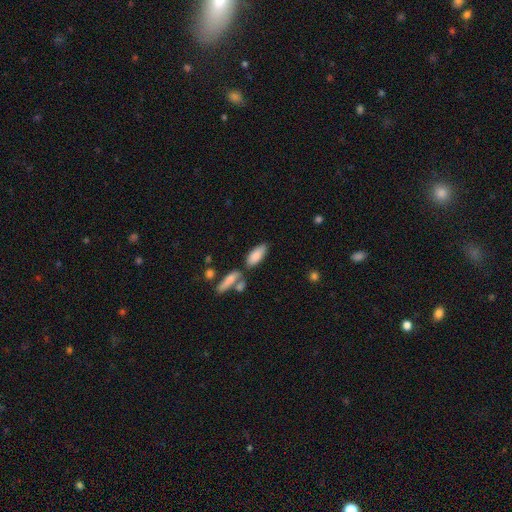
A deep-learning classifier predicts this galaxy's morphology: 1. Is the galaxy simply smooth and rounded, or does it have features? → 83% smooth, 11% featured or disk, 6% star or artifact.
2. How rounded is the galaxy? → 81% in between, 18% cigar-shaped, 2% round.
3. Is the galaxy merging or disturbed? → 65% none, 17% merger, 14% minor disturbance, 4% major disturbance.